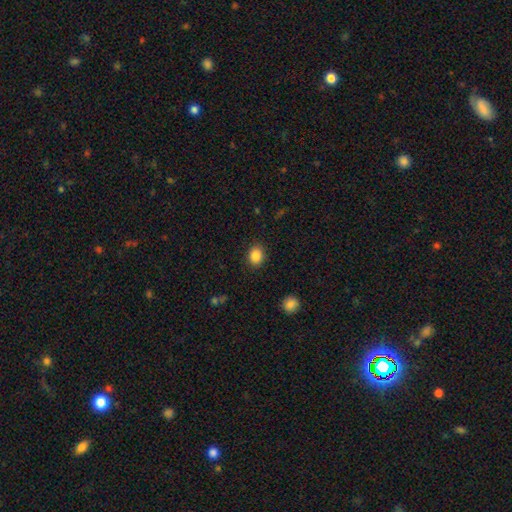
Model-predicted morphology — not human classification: This is clearly a smooth galaxy (87%). How rounded: possibly round (54%). Merging: clearly none (89%).